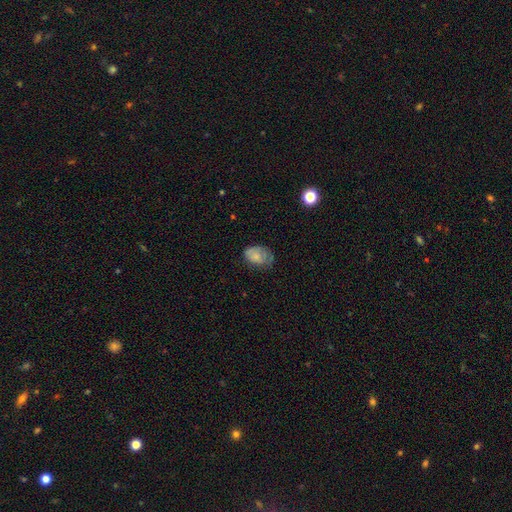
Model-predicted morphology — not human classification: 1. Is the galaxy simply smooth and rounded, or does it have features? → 69% smooth, 23% featured or disk, 9% star or artifact.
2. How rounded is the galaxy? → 79% in between, 20% round, 1% cigar-shaped.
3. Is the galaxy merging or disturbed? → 52% none, 33% minor disturbance, 13% major disturbance, 2% merger.